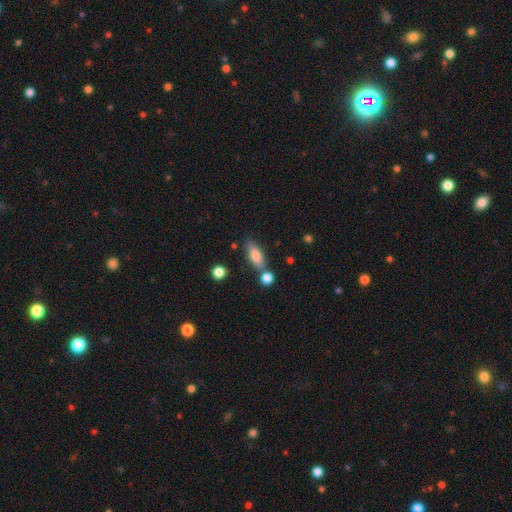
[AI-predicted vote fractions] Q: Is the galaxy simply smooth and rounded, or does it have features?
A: smooth — 72%.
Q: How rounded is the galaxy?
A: in between — 69%.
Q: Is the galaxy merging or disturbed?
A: none — 67%.